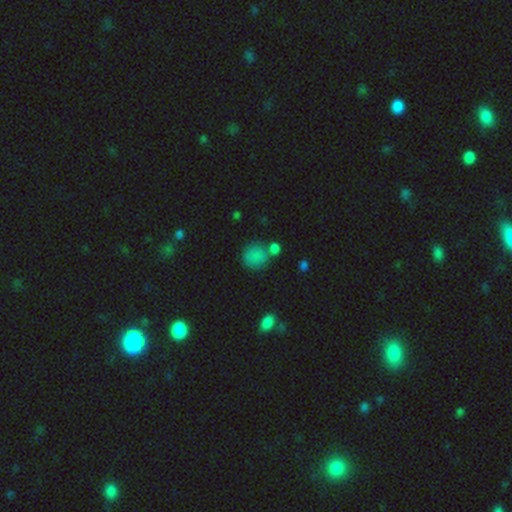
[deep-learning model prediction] Overall: smooth (79%). How rounded: round (83%). Merging: none (59%; merger 20%).